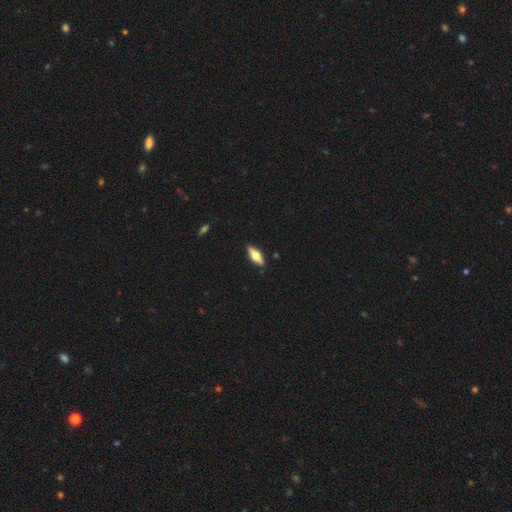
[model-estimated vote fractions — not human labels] This is possibly a smooth galaxy (52%). How rounded: likely in between (61%). Merging: clearly none (89%).